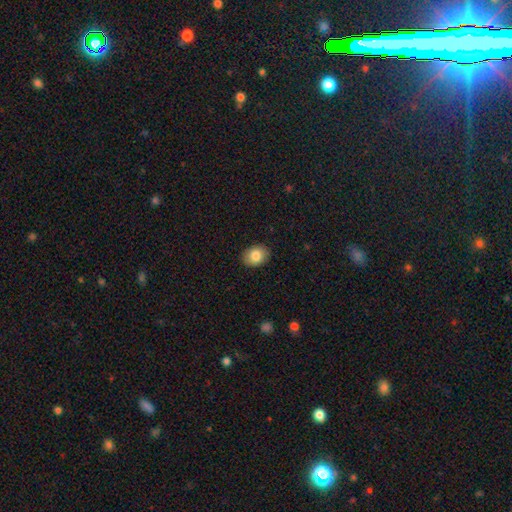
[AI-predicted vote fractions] Smooth or featured? Predicted: smooth (p=0.84). How rounded? Predicted: in between (p=0.66). Merging? Predicted: none (p=0.89).